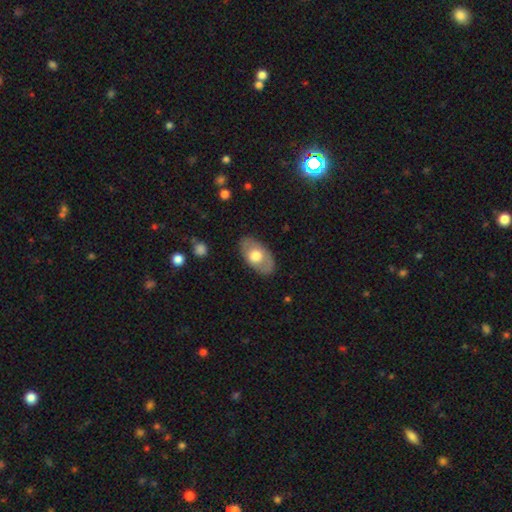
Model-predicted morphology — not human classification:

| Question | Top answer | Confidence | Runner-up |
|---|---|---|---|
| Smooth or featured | smooth | 57% | featured or disk (37%) |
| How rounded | in between | 91% | round (8%) |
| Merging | none | 82% | minor disturbance (13%) |